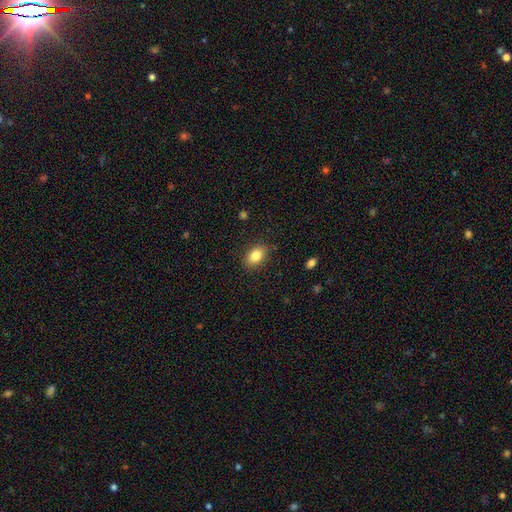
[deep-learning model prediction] This is clearly a smooth galaxy (84%). How rounded: clearly in between (82%). Merging: clearly none (85%).